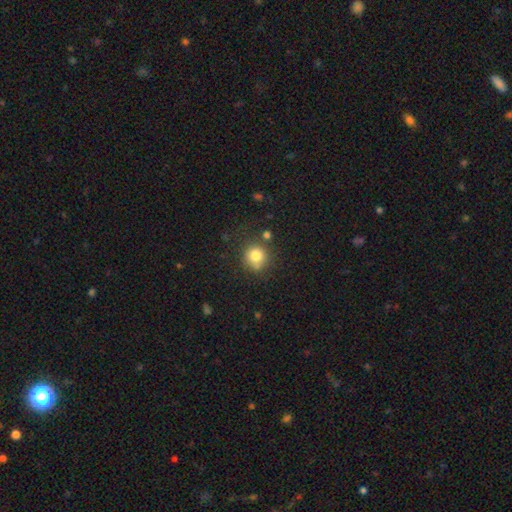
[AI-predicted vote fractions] Smooth or featured? smooth (79%)
How rounded? round (88%)
Merging? none (70%)